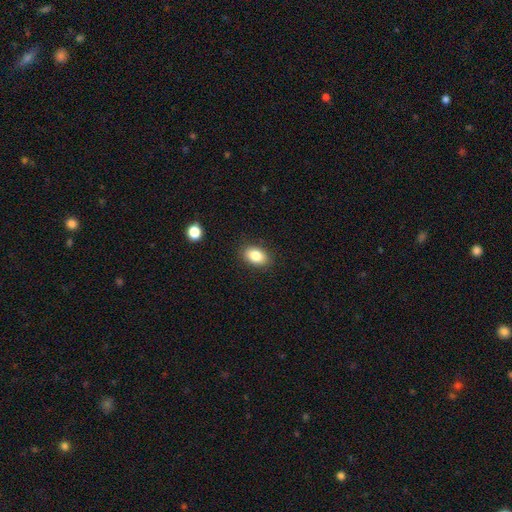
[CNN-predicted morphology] smooth_or_featured: smooth (p=0.84) [alt: star or artifact p=0.09]
how_rounded: in between (p=0.86) [alt: round p=0.12]
merging: none (p=0.88) [alt: minor disturbance p=0.09]